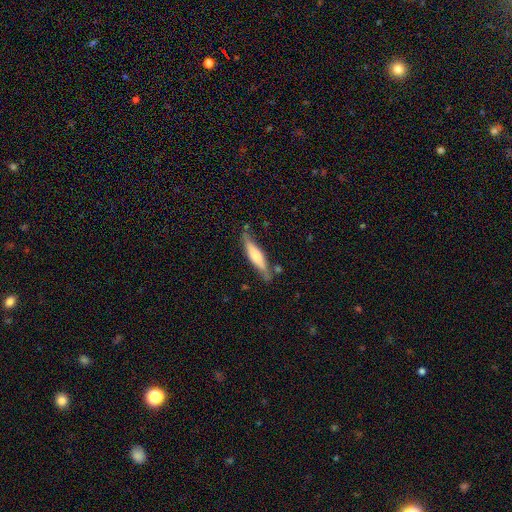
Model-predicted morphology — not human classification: This is possibly a smooth galaxy (51%). How rounded: likely cigar-shaped (79%). Merging: likely none (71%).